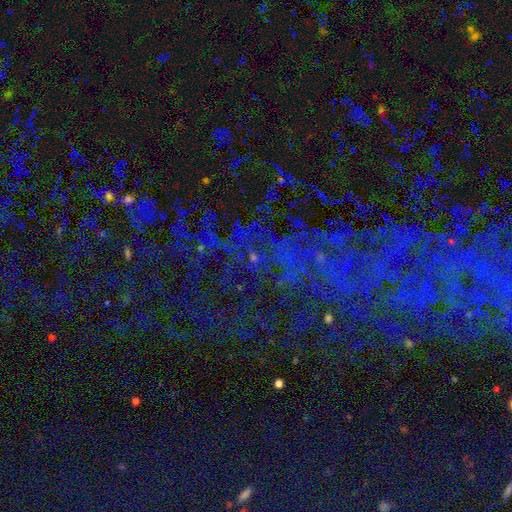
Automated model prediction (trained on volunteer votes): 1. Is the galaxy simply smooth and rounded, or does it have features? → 78% star or artifact, 12% featured or disk, 11% smooth.